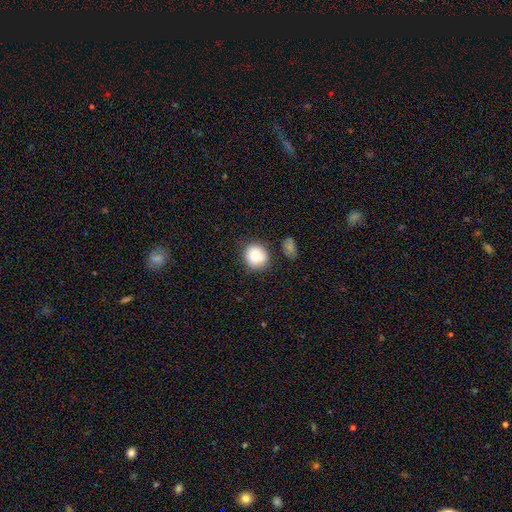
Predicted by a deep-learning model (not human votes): Morphology: type=smooth (85%); roundness=round (80%); merging=none (74%).